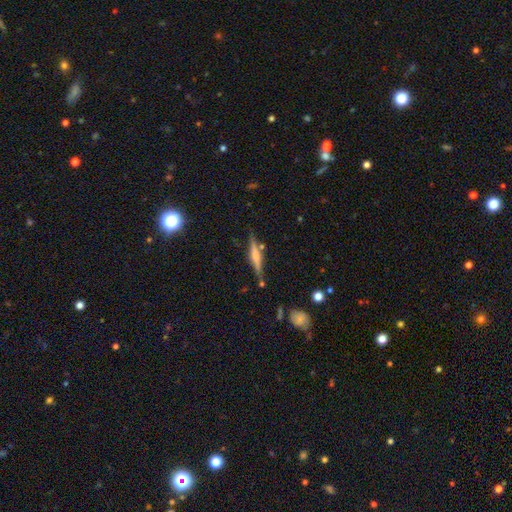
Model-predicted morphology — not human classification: smooth_or_featured: featured or disk (p=0.57) [alt: smooth p=0.35]
disk_edge_on: yes (p=0.96) [alt: no p=0.04]
edge_on_bulge: rounded (p=0.48) [alt: boxy p=0.32]
merging: none (p=0.79) [alt: minor disturbance p=0.13]